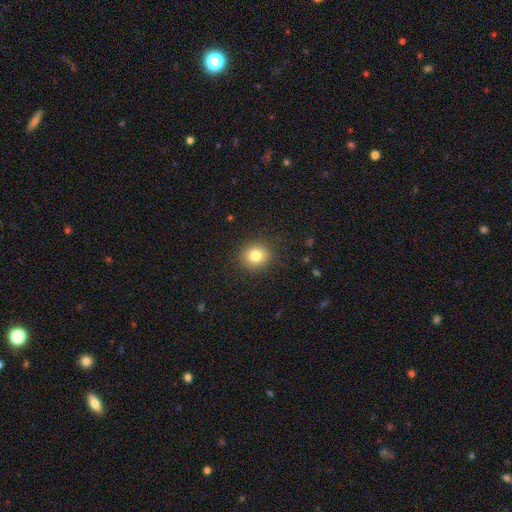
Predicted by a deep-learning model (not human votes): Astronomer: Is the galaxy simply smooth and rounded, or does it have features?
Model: smooth — 80%.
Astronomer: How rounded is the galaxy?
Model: round — 84%.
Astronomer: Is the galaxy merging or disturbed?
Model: none — 90%.